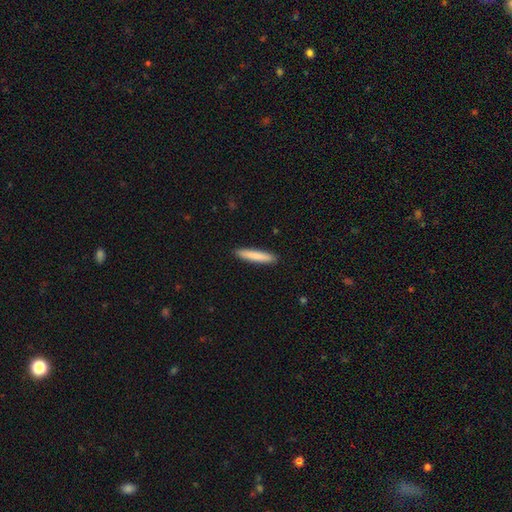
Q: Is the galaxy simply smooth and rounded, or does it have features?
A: smooth — 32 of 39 (82%).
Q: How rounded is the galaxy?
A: cigar-shaped — 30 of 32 (94%).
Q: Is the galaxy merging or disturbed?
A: none — 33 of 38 (87%).